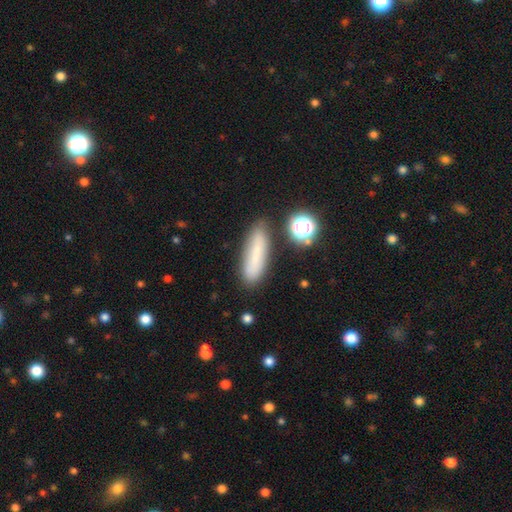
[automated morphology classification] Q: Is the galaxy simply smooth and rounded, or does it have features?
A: smooth — 69%.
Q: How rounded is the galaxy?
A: cigar-shaped — 64%.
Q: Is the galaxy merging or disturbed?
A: none — 76%.